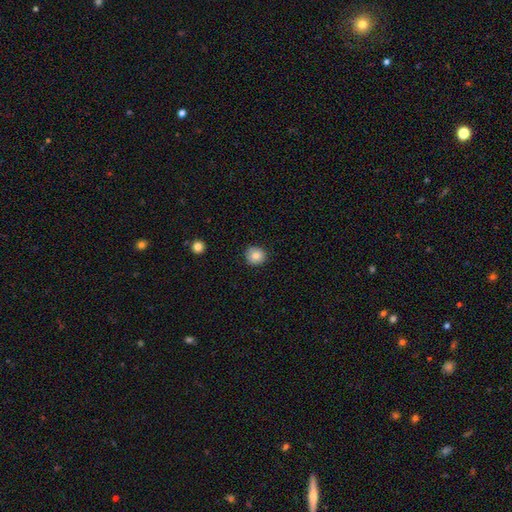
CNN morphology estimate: The model was most divided on "merging": none: 84%, minor disturbance: 12%, major disturbance: 2%, merger: 1%. More confident: how rounded — round (88%); smooth or featured — smooth (85%).